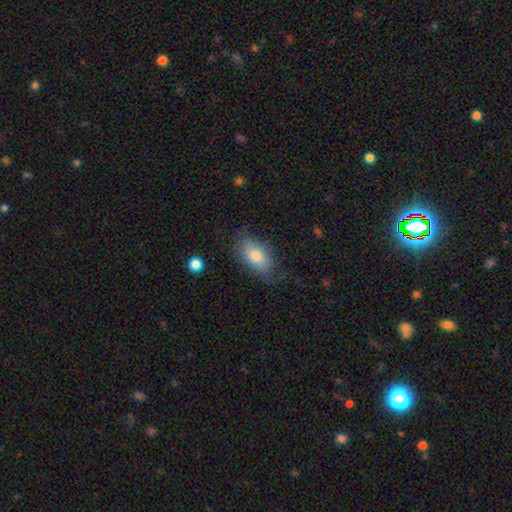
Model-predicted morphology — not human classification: type=smooth (76%); roundness=in between (90%); merging=none (68%).